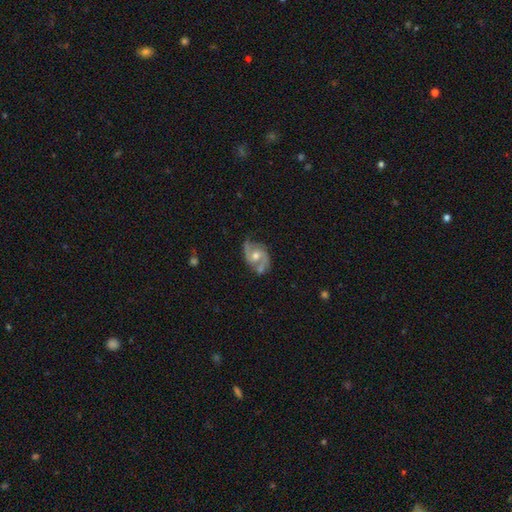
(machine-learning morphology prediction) This appears to be a featured or disk galaxy (85%) with no bar (54%), 2 (89%) medium (52%) spiral arms (95%) and a moderate central bulge (71%). Merging: none (64%).